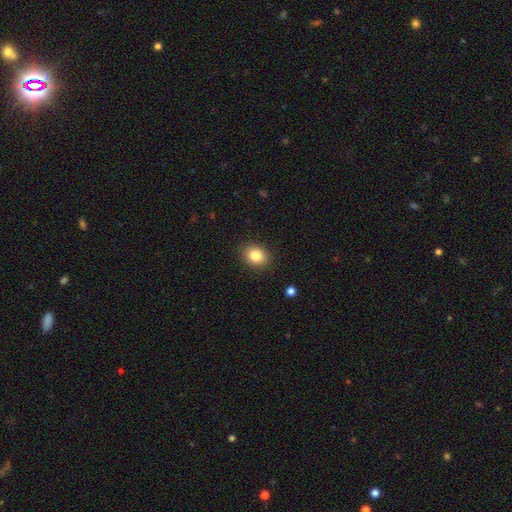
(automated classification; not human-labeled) Smooth or featured? smooth (85%)
How rounded? in between (50%)
Merging? none (88%)